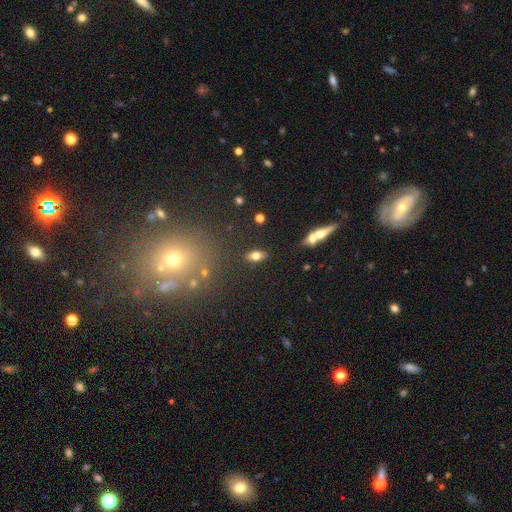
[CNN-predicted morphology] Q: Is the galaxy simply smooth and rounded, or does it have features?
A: smooth — 70%.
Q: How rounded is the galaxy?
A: in between — 85%.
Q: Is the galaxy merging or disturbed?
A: none — 84%.